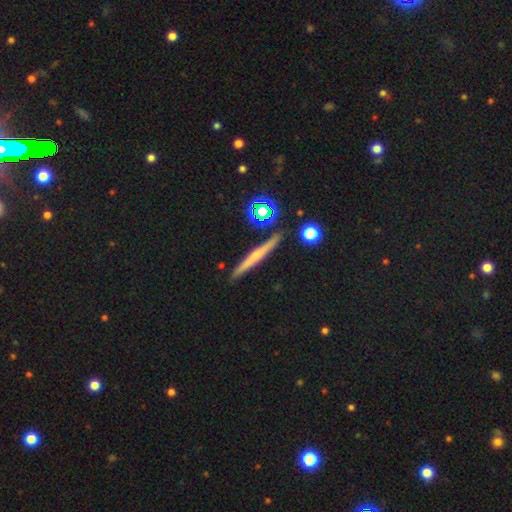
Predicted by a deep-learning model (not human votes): The model was most divided on "smooth or featured": featured or disk: 50%, smooth: 39%, star or artifact: 11%. More confident: merging — none (89%).